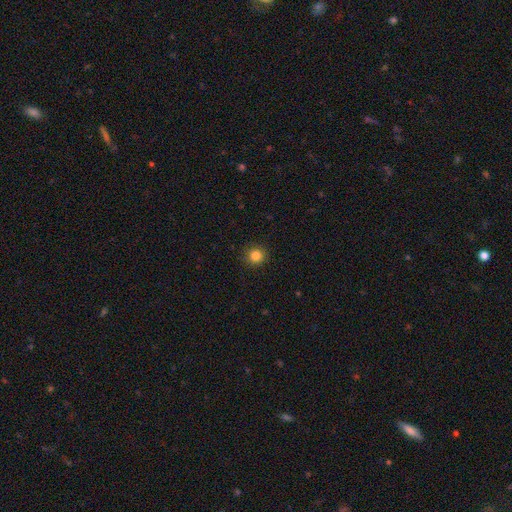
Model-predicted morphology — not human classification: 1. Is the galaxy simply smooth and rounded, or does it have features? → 85% smooth, 12% star or artifact, 4% featured or disk.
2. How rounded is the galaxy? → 94% round, 5% in between, 1% cigar-shaped.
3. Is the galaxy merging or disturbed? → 92% none, 6% minor disturbance, 2% major disturbance, 1% merger.